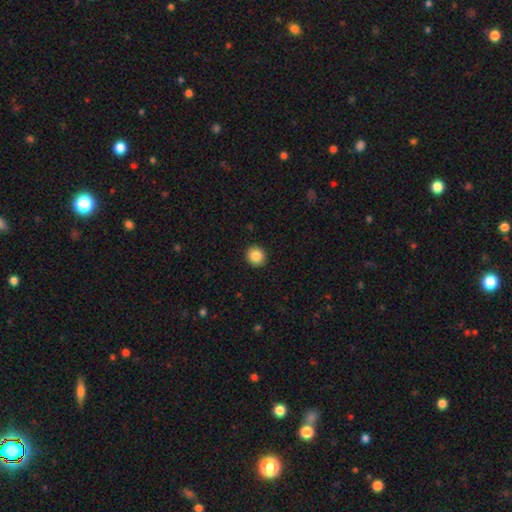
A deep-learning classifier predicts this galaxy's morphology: smooth-or-featured: smooth: 86% | star or artifact: 9% | featured or disk: 5%
  how-rounded: round: 89% | in between: 10% | cigar-shaped: 1%
  merging: none: 93% | minor disturbance: 5% | major disturbance: 2% | merger: 1%